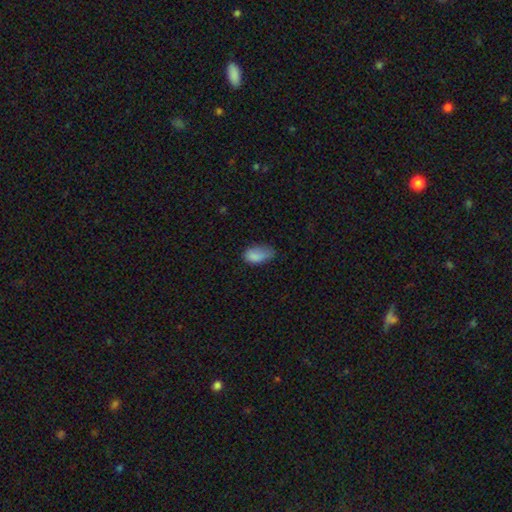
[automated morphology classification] smooth 83%, star or artifact 9%, featured or disk 8%. Down the decision tree: how rounded — in between (92%); merging — minor disturbance (41%).